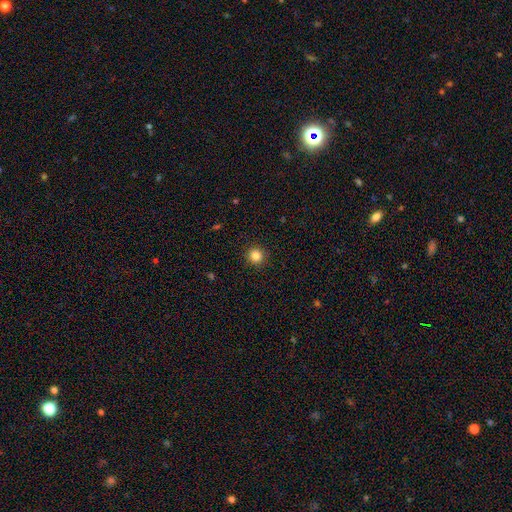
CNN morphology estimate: A smooth galaxy with no disk features (84%) that is round (93%). Merging: none (92%).